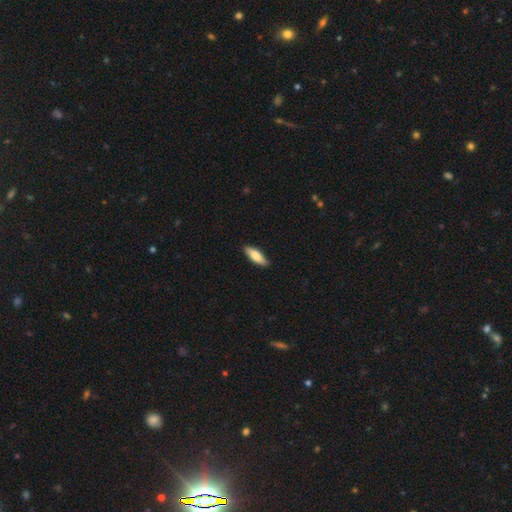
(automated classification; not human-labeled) This is likely a smooth galaxy (77%). How rounded: possibly in between (54%). Merging: clearly none (85%).